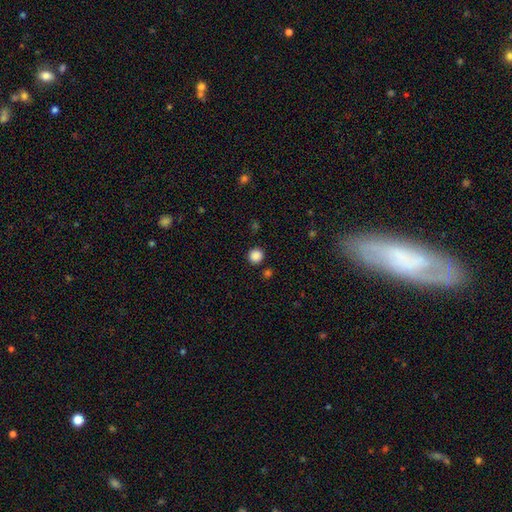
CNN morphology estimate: A smooth galaxy with no disk features (87%) that is round (93%). Merging: none (90%).